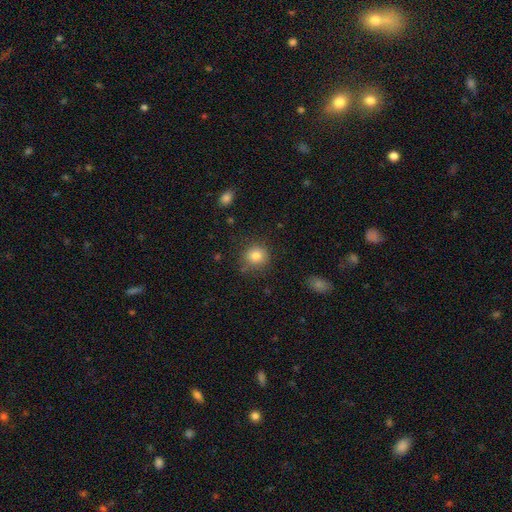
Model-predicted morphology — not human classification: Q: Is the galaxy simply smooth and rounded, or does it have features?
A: smooth — 82%.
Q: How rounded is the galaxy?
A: round — 89%.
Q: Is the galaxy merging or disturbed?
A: none — 82%.